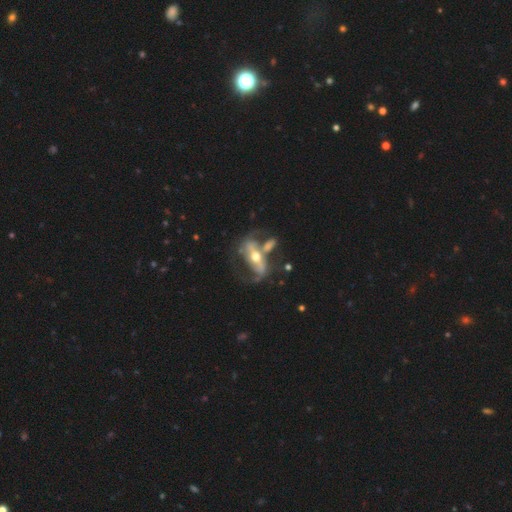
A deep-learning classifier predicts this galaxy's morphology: This is likely a featured or disk galaxy (77%). It is clearly not viewed edge-on (83%). Bar: possibly strong (49%). Spiral arm pattern: likely yes (69%). Central bulge: likely moderate (70%). Merging: marginally none (33%).